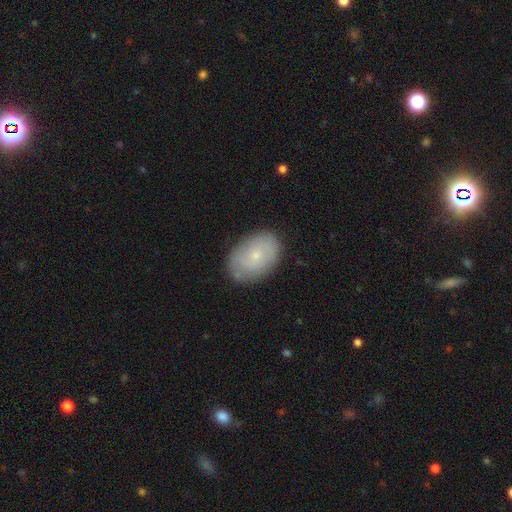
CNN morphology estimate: Smooth or featured? Predicted: smooth (p=0.64). How rounded? Predicted: in between (p=0.85). Merging? Predicted: none (p=0.81).